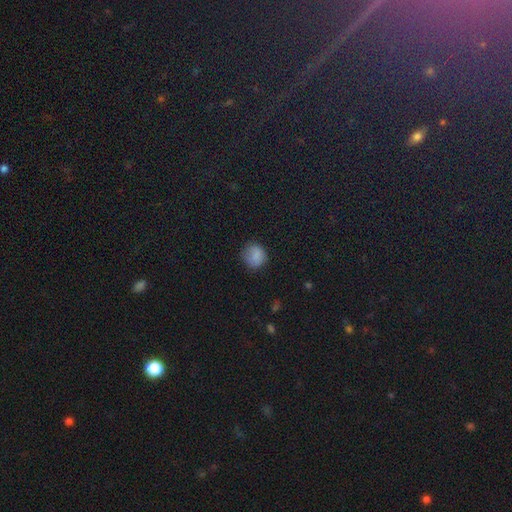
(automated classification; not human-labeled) Smooth or featured?
  - smooth: 84% *
  - star or artifact: 10%
  - featured or disk: 6%
How rounded?
  - round: 82% *
  - in between: 17%
  - cigar-shaped: 1%
Merging?
  - none: 77% *
  - minor disturbance: 18%
  - major disturbance: 4%
  - merger: 1%